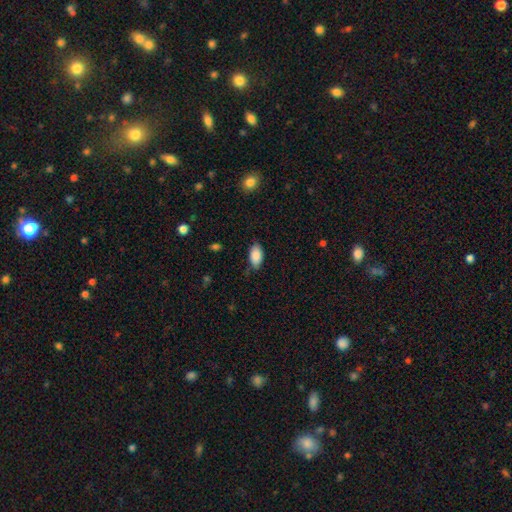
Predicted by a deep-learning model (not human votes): Morphology: type=smooth (88%); roundness=in between (94%); merging=none (77%).